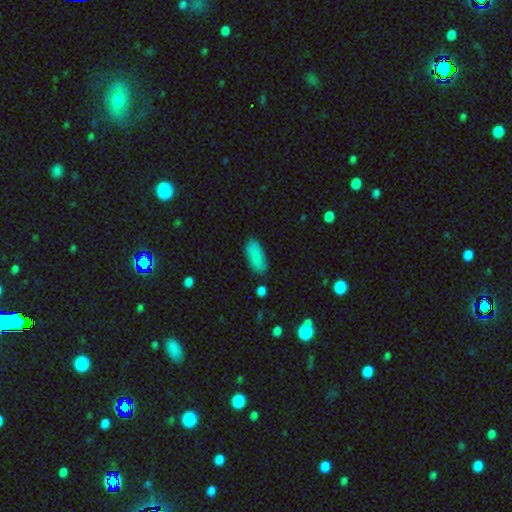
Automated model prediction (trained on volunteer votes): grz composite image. It shows a smooth galaxy with no disk features (87%) that is in between round and cigar-shaped (81%). Merging: none (80%).